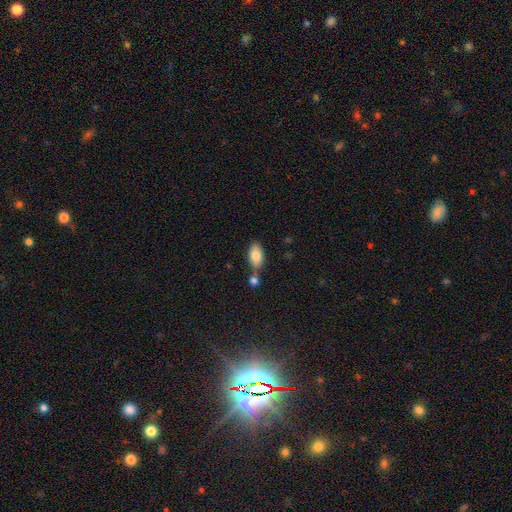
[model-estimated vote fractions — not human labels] Smooth or featured?
  - smooth: 83% *
  - featured or disk: 10%
  - star or artifact: 7%
How rounded?
  - in between: 91% *
  - round: 5%
  - cigar-shaped: 4%
Merging?
  - none: 56% *
  - merger: 27%
  - minor disturbance: 13%
  - major disturbance: 4%